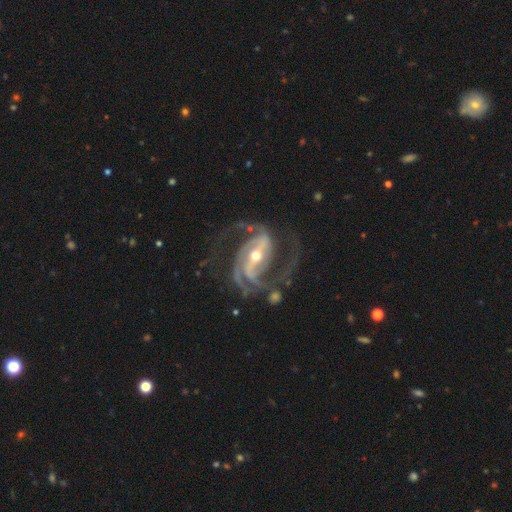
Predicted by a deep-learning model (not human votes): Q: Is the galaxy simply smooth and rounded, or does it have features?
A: featured or disk — 93%.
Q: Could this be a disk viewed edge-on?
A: no — 97%.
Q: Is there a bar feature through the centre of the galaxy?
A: strong — 58%.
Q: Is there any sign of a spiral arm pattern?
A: yes — 98%.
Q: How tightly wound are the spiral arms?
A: medium — 56%.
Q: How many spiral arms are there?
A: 2 — 47%.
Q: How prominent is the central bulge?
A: moderate — 55%.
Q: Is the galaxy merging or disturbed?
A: none — 63%.